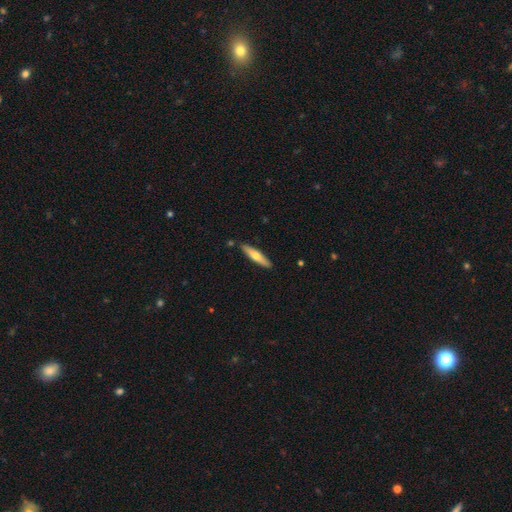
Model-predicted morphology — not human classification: A smooth galaxy with no disk features (57%) that is cigar-shaped (82%). Merging: none (88%).